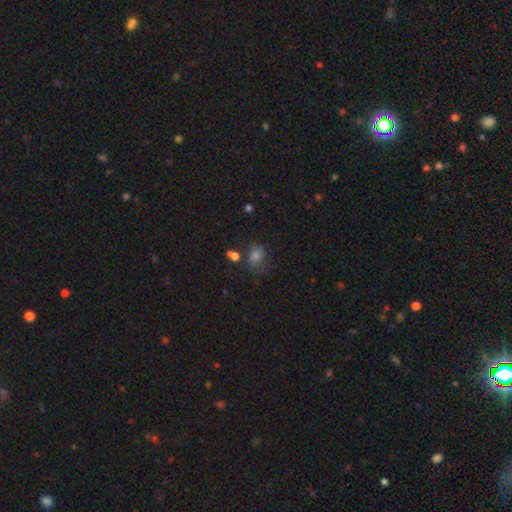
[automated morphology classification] smooth_or_featured: smooth (p=0.58) [alt: star or artifact p=0.22]
how_rounded: round (p=0.49) [tied with: in between p=0.49]
merging: none (p=0.50) [alt: minor disturbance p=0.23]